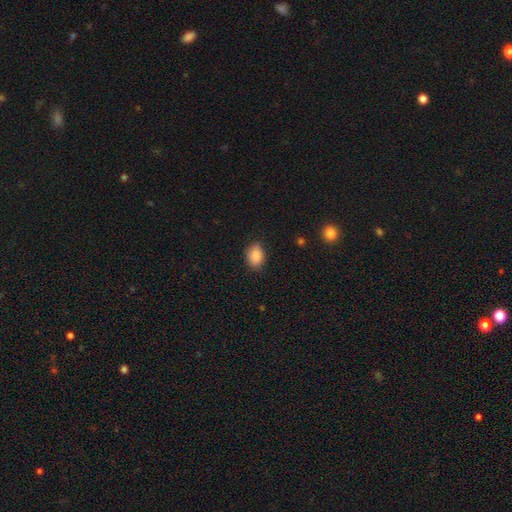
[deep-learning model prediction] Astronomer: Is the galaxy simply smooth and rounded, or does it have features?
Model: smooth — 87%.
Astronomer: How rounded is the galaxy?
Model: in between — 78%.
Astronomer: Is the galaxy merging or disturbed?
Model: none — 80%.